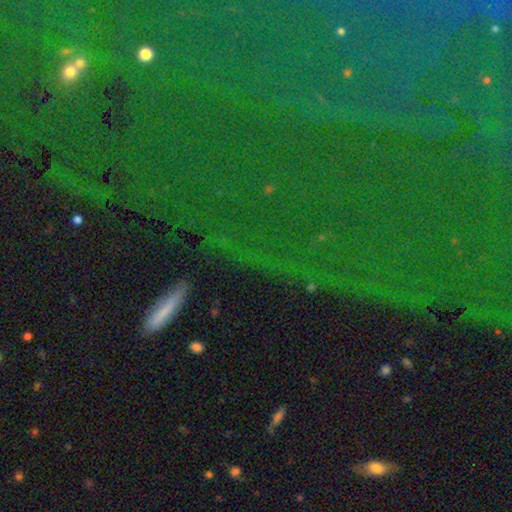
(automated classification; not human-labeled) smooth-or-featured: star or artifact: 64% | smooth: 19% | featured or disk: 17%